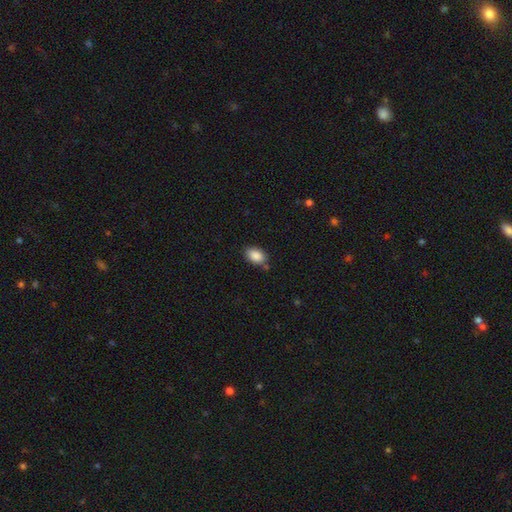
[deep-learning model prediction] Smooth or featured? Predicted: smooth (p=0.88). How rounded? Predicted: in between (p=0.87). Merging? Predicted: none (p=0.75).